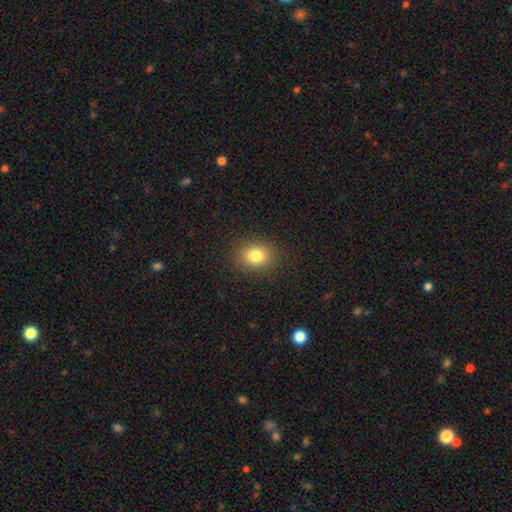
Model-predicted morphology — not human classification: The model was most divided on "how rounded": round: 63%, in between: 36%, cigar-shaped: 1%. More confident: merging — none (88%); smooth or featured — smooth (81%).